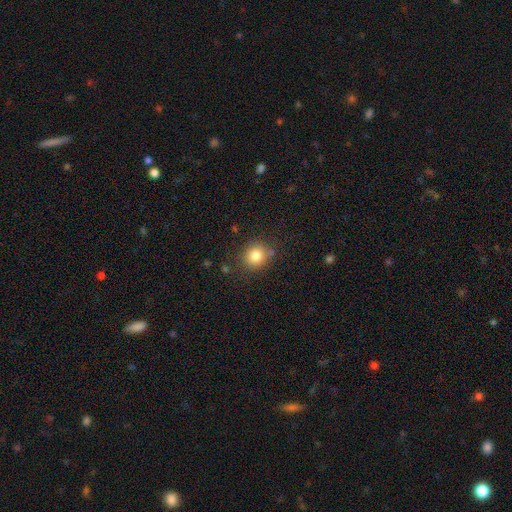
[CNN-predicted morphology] A smooth galaxy with no disk features (81%) that is round (82%).

Vote fractions:
- Smooth or featured? smooth: 81% / star or artifact: 11% / featured or disk: 8%
- How rounded? round: 82% / in between: 17% / cigar-shaped: 1%
- Merging? none: 80% / minor disturbance: 12% / merger: 4% / major disturbance: 4%